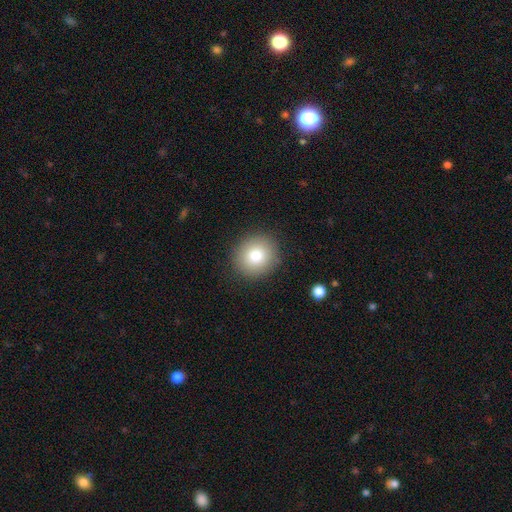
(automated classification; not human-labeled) Q: Smooth or featured?
A: smooth (81%); runner-up: featured or disk (10%)
Q: How rounded?
A: round (86%); runner-up: in between (13%)
Q: Merging?
A: none (89%); runner-up: minor disturbance (7%)